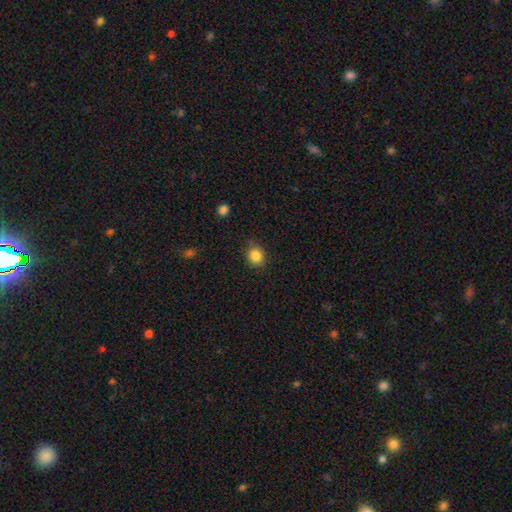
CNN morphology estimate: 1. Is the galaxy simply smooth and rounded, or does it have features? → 85% smooth, 10% star or artifact, 5% featured or disk.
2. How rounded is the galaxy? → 66% round, 33% in between, 1% cigar-shaped.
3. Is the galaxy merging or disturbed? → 78% none, 17% minor disturbance, 3% major disturbance, 2% merger.